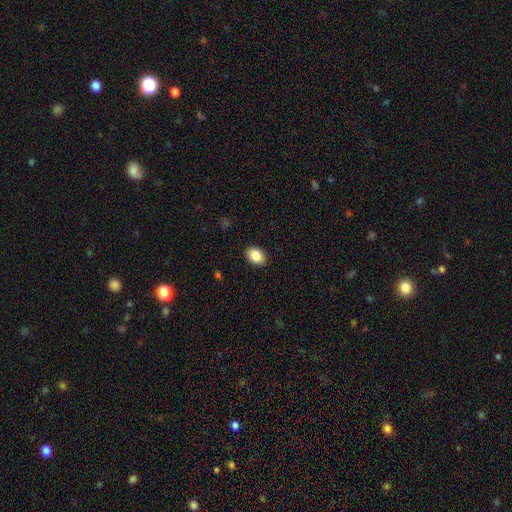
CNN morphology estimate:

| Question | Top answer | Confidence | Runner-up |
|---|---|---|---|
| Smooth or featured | smooth | 86% | star or artifact (8%) |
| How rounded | in between | 76% | round (23%) |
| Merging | none | 90% | minor disturbance (8%) |